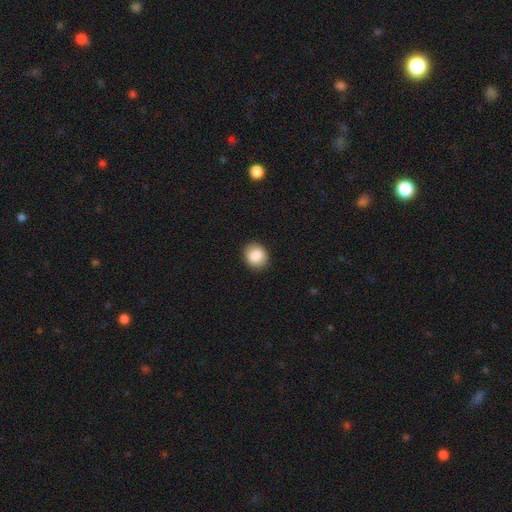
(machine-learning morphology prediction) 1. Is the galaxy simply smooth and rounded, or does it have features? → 87% smooth, 8% star or artifact, 5% featured or disk.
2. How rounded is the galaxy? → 71% round, 28% in between, 1% cigar-shaped.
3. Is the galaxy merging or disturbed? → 89% none, 8% minor disturbance, 2% major disturbance, 1% merger.